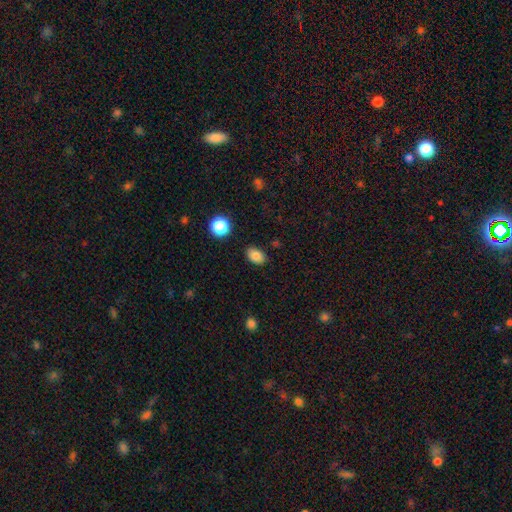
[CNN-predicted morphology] smooth_or_featured: smooth (p=0.84) [alt: star or artifact p=0.10]
how_rounded: in between (p=0.80) [alt: round p=0.19]
merging: none (p=0.85) [alt: minor disturbance p=0.11]